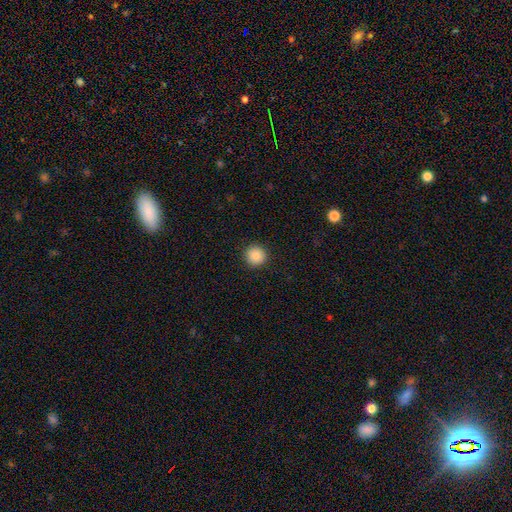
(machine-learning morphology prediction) Q: Smooth or featured?
A: smooth (86%); runner-up: star or artifact (9%)
Q: How rounded?
A: round (95%); runner-up: in between (4%)
Q: Merging?
A: none (92%); runner-up: minor disturbance (5%)